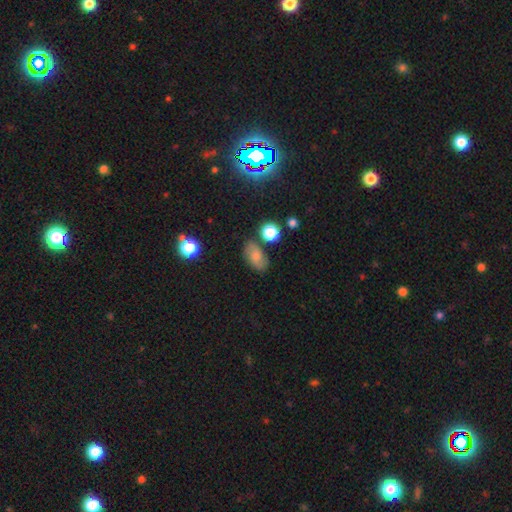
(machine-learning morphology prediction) The model was most divided on "smooth or featured": smooth: 63%, featured or disk: 24%, star or artifact: 12%. More confident: how rounded — in between (83%); merging — none (69%).